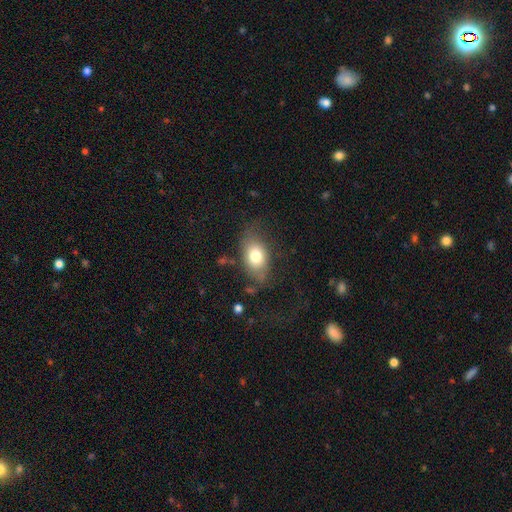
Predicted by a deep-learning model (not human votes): Smooth or featured?
  - smooth: 65% *
  - featured or disk: 24%
  - star or artifact: 11%
How rounded?
  - in between: 81% *
  - round: 16%
  - cigar-shaped: 3%
Merging?
  - none: 56% *
  - minor disturbance: 21%
  - major disturbance: 20%
  - merger: 3%